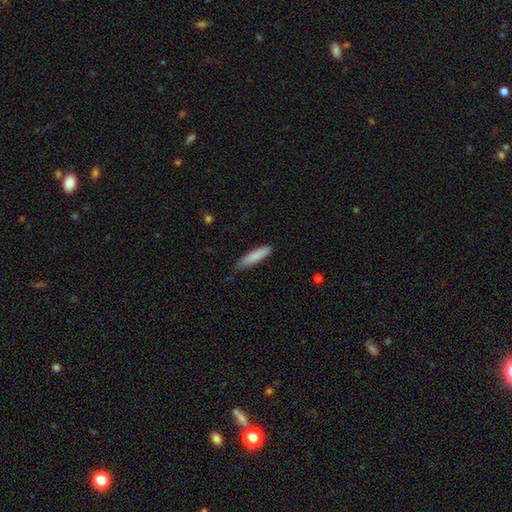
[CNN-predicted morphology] A smooth galaxy with no disk features (84%) that is cigar-shaped (83%).

Vote fractions:
- Smooth or featured? smooth: 84% / featured or disk: 10% / star or artifact: 6%
- How rounded? cigar-shaped: 83% / in between: 16% / round: 1%
- Merging? none: 73% / minor disturbance: 22% / major disturbance: 3% / merger: 1%